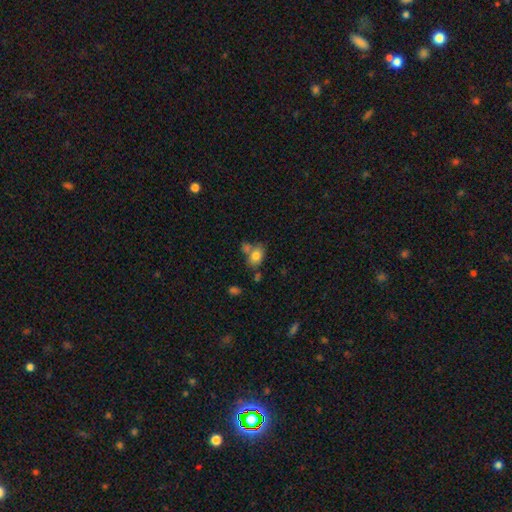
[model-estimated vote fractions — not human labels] The model was most divided on "merging": none: 51%, merger: 28%, minor disturbance: 16%, major disturbance: 6%. More confident: smooth or featured — smooth (80%); how rounded — in between (74%).